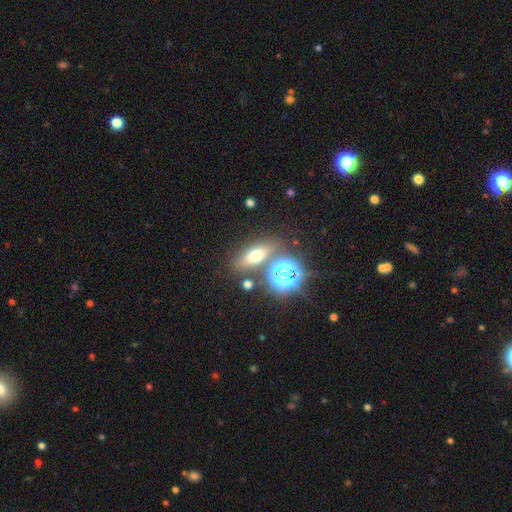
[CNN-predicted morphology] type=smooth (54%); roundness=in between (56%); merging=none (74%).